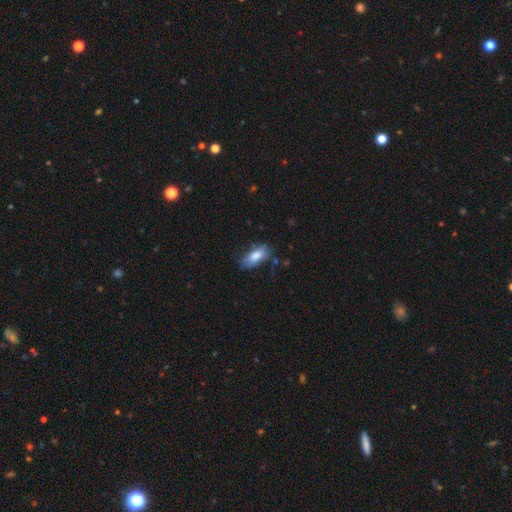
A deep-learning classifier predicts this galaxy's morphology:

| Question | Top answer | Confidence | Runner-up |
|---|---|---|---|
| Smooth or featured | smooth | 80% | featured or disk (13%) |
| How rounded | in between | 83% | cigar-shaped (14%) |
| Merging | none | 65% | minor disturbance (25%) |